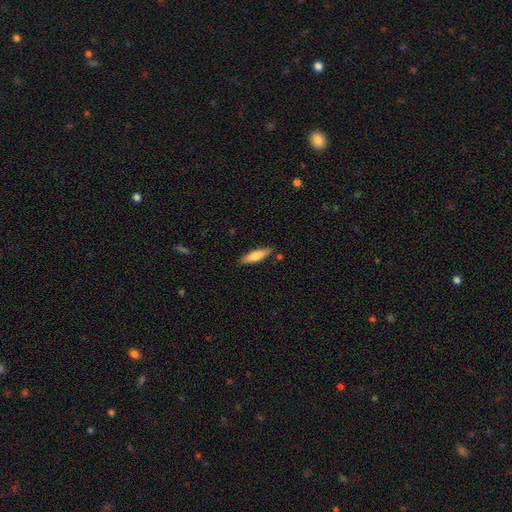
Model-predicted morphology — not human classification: The model was most divided on "how rounded": cigar-shaped: 61%, in between: 37%, round: 2%. More confident: merging — none (82%); smooth or featured — smooth (73%).